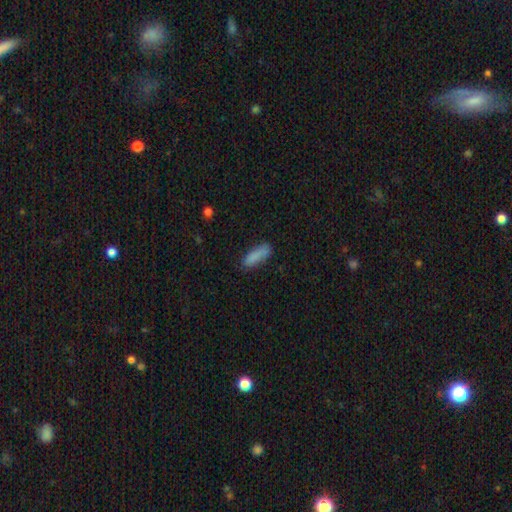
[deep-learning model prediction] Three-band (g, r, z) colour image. It shows a smooth galaxy with no disk features (85%) that is in between round and cigar-shaped (53%). Merging: none (70%).